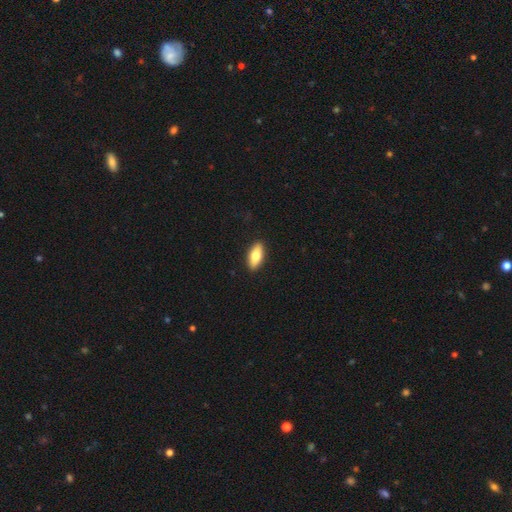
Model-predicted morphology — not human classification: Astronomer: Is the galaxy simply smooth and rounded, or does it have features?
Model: smooth — 75%.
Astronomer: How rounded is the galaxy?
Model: in between — 81%.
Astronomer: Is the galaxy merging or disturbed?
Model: none — 91%.